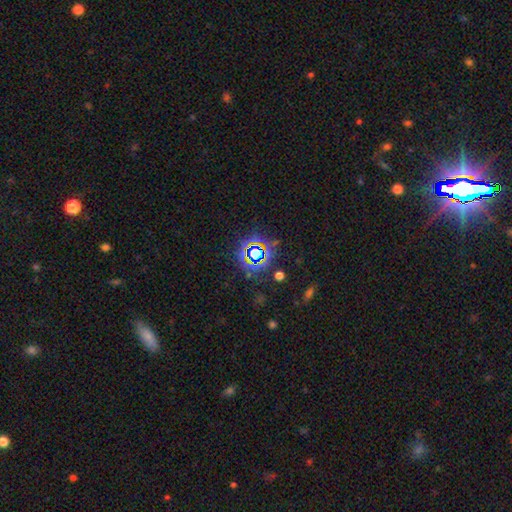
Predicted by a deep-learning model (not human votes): Morphology: type=star or artifact (70%).